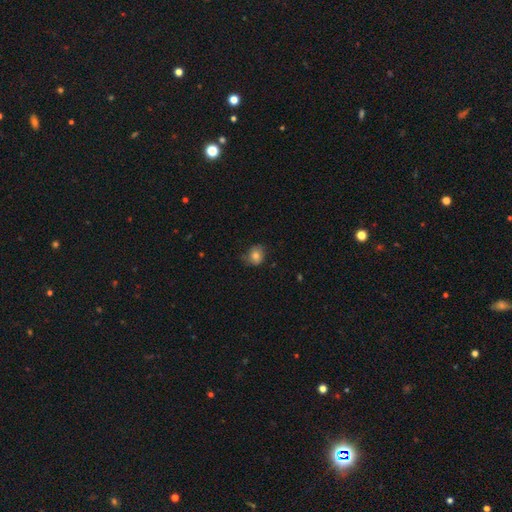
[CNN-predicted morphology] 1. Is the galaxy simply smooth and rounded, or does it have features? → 78% smooth, 12% featured or disk, 10% star or artifact.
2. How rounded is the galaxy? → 70% round, 29% in between, 1% cigar-shaped.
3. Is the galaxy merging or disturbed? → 64% none, 27% minor disturbance, 7% major disturbance, 1% merger.